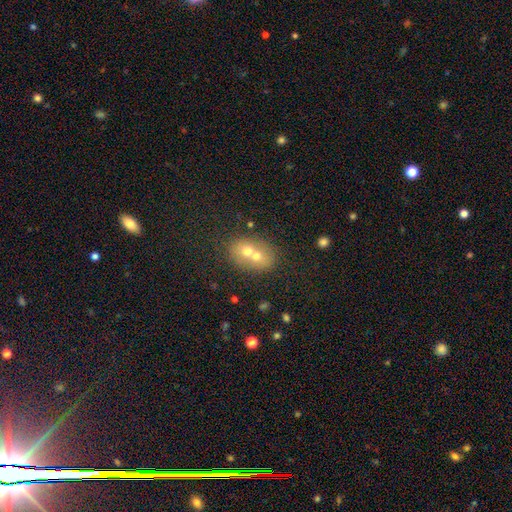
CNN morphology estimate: smooth-or-featured: smooth: 57% | featured or disk: 29% | star or artifact: 14%
  how-rounded: in between: 52% | round: 47% | cigar-shaped: 1%
  merging: merger: 64% | none: 26% | minor disturbance: 6% | major disturbance: 3%